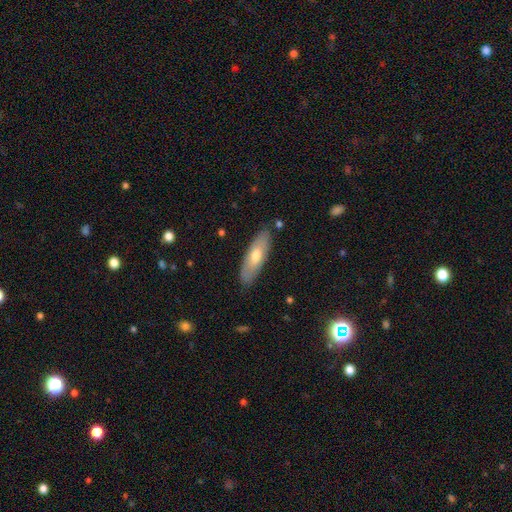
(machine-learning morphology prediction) smooth-or-featured: smooth: 62% | featured or disk: 32% | star or artifact: 6%
  how-rounded: in between: 54% | cigar-shaped: 44% | round: 2%
  merging: none: 85% | minor disturbance: 11% | major disturbance: 2% | merger: 2%